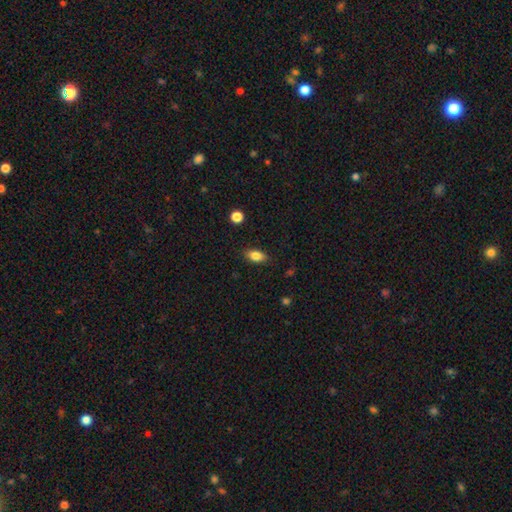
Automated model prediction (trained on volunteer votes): smooth 84%, star or artifact 9%, featured or disk 8%. Down the decision tree: how rounded — in between (88%); merging — none (85%).